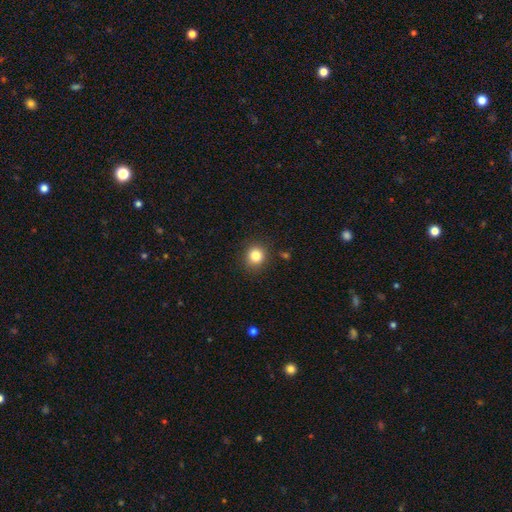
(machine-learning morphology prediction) A smooth galaxy with no disk features (83%) that is round (85%).

Vote fractions:
- Smooth or featured? smooth: 83% / star or artifact: 11% / featured or disk: 6%
- How rounded? round: 85% / in between: 14% / cigar-shaped: 1%
- Merging? none: 88% / minor disturbance: 8% / major disturbance: 3% / merger: 2%